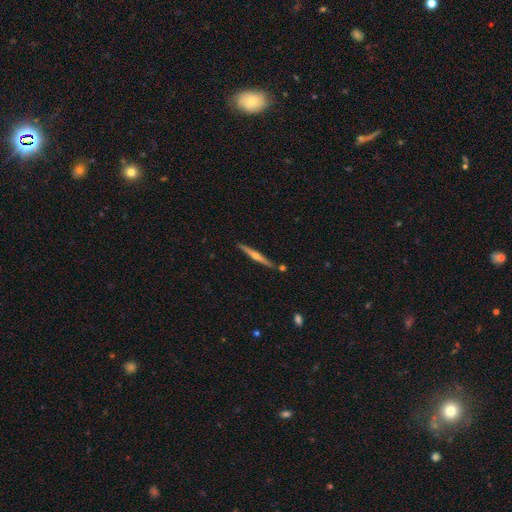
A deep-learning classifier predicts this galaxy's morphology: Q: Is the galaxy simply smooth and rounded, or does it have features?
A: featured or disk — 70%.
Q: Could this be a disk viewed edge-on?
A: yes — 98%.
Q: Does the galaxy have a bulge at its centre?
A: rounded — 84%.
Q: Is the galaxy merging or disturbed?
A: none — 87%.